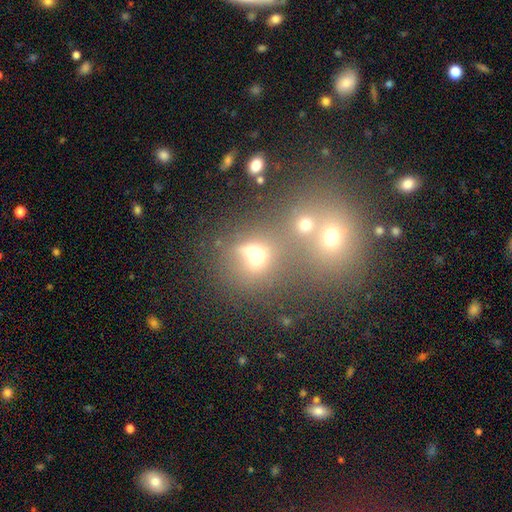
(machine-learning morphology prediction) The model was most divided on "merging": merger: 46%, none: 36%, minor disturbance: 10%, major disturbance: 9%. More confident: how rounded — round (66%); smooth or featured — smooth (58%).